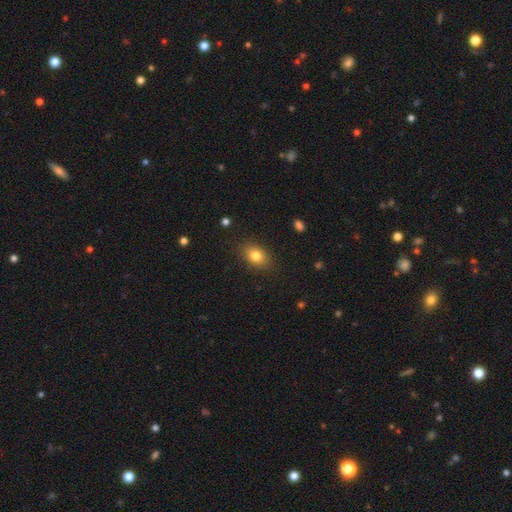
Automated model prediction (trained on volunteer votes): The model was most divided on "how rounded": in between: 77%, round: 21%, cigar-shaped: 2%. More confident: merging — none (86%); smooth or featured — smooth (81%).